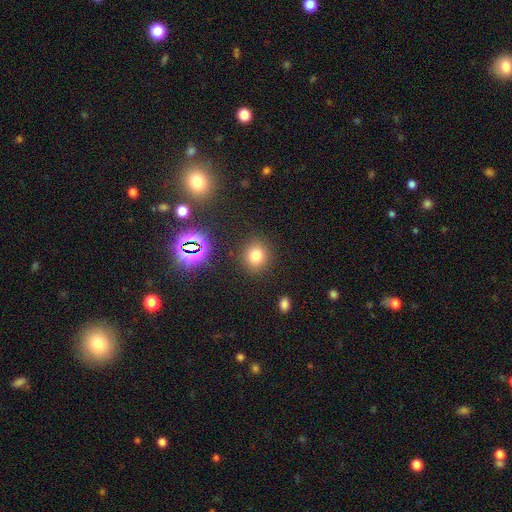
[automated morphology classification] Smooth or featured? smooth (75%)
How rounded? round (82%)
Merging? none (87%)